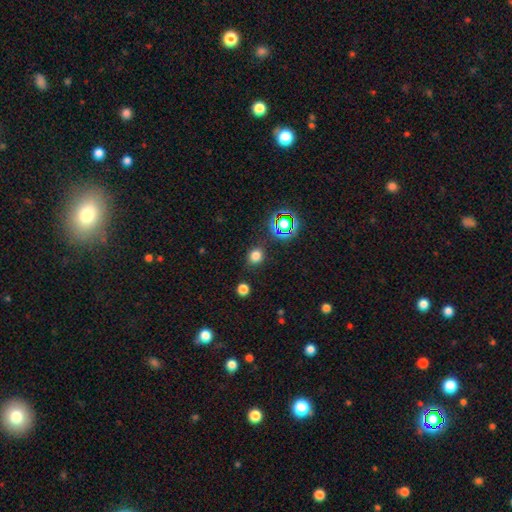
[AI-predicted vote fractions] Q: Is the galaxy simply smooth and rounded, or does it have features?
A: smooth — 75%.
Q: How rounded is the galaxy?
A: round — 71%.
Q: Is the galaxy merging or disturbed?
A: none — 84%.